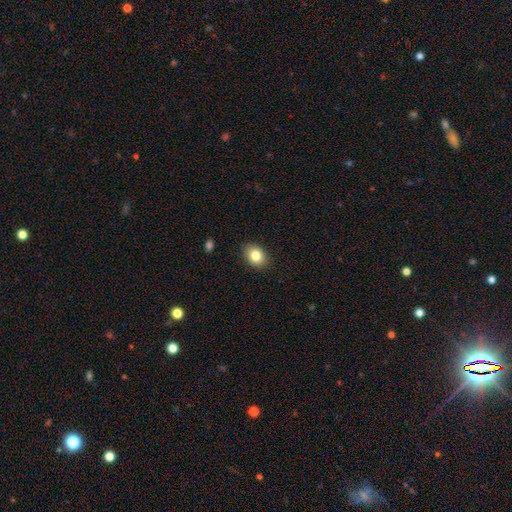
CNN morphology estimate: Smooth or featured? smooth (82%)
How rounded? in between (71%)
Merging? none (88%)